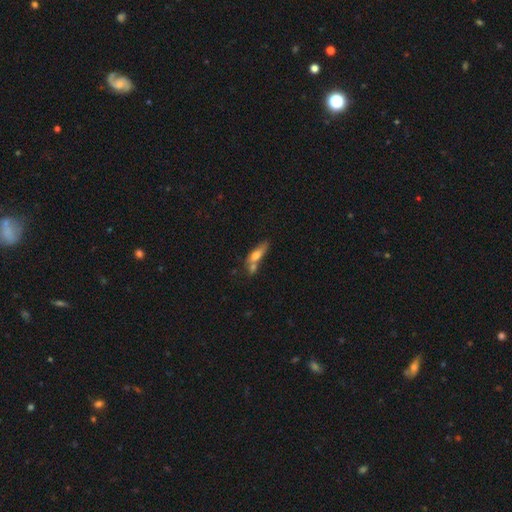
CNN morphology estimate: Q: Smooth or featured?
A: smooth (54%); runner-up: featured or disk (37%)
Q: How rounded?
A: cigar-shaped (56%); runner-up: in between (40%)
Q: Merging?
A: none (40%); runner-up: merger (36%)